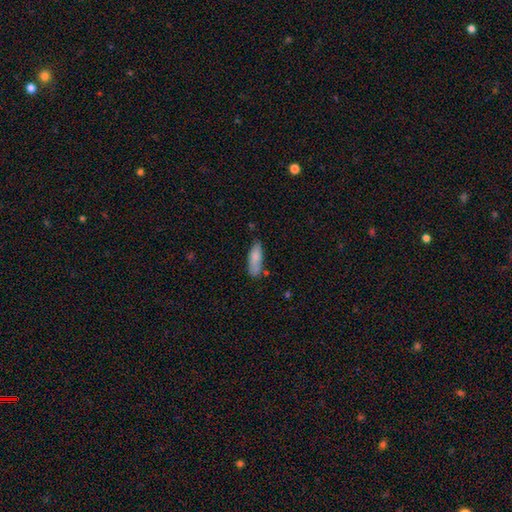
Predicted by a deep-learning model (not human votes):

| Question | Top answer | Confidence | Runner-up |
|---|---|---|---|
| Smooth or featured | smooth | 81% | featured or disk (12%) |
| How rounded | in between | 57% | cigar-shaped (42%) |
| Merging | none | 64% | minor disturbance (24%) |